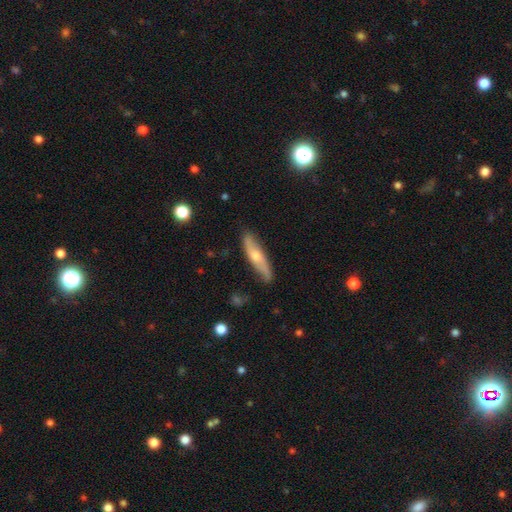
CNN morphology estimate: Smooth or featured: featured or disk — 52% (smooth — 42%)
Edge-on disk: yes — 59% (no — 41%)
Merging: none — 81% (minor disturbance — 15%)